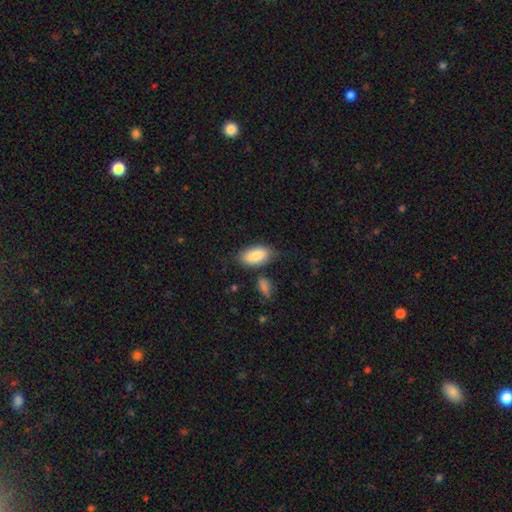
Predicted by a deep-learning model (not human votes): Smooth or featured? Predicted: smooth (p=0.85). How rounded? Predicted: in between (p=0.92). Merging? Predicted: none (p=0.68).